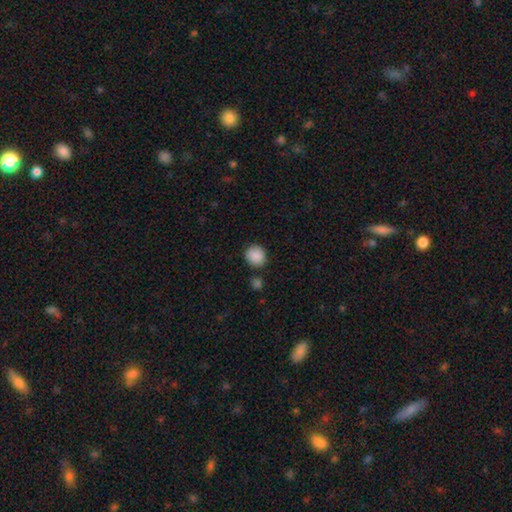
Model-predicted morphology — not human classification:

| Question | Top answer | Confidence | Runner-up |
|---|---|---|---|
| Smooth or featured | smooth | 89% | star or artifact (8%) |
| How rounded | round | 82% | in between (17%) |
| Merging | none | 82% | minor disturbance (11%) |